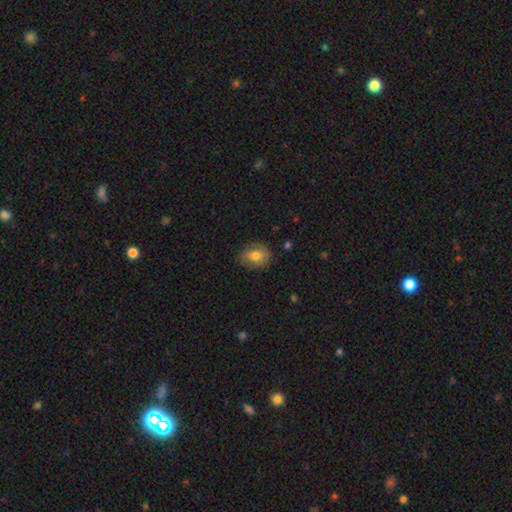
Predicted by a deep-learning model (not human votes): The model was most divided on "how rounded": in between: 53%, round: 46%, cigar-shaped: 1%. More confident: merging — none (81%); smooth or featured — smooth (74%).